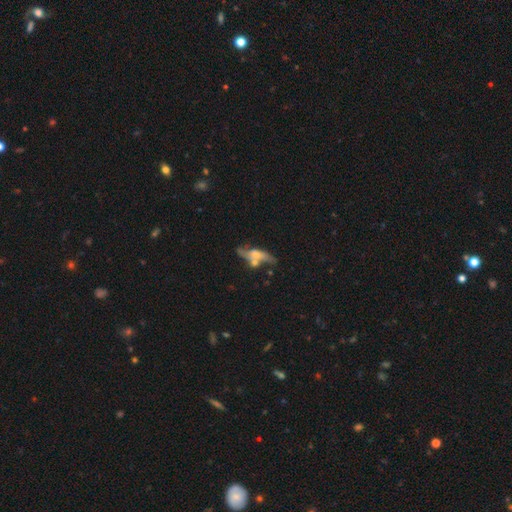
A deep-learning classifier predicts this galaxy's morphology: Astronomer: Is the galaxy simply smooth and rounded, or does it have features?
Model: featured or disk — 59%.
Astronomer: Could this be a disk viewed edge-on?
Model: no — 59% (runner-up: yes, 41%).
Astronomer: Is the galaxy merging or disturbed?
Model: none — 40% (runner-up: merger, 25%).